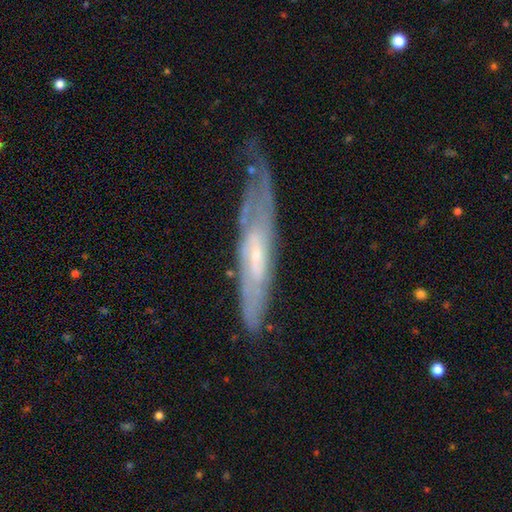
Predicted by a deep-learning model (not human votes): smooth-or-featured: featured or disk: 72% | smooth: 22% | star or artifact: 7%
  disk-edge-on: yes: 53% | no: 47%
  merging: none: 56% | minor disturbance: 28% | major disturbance: 13% | merger: 2%